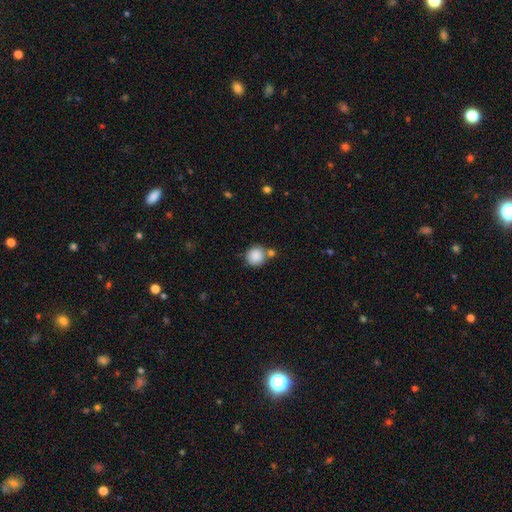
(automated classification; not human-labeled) Smooth or featured?
  - smooth: 87% *
  - star or artifact: 8%
  - featured or disk: 5%
How rounded?
  - round: 92% *
  - in between: 7%
  - cigar-shaped: 1%
Merging?
  - none: 65% *
  - merger: 19%
  - minor disturbance: 12%
  - major disturbance: 4%